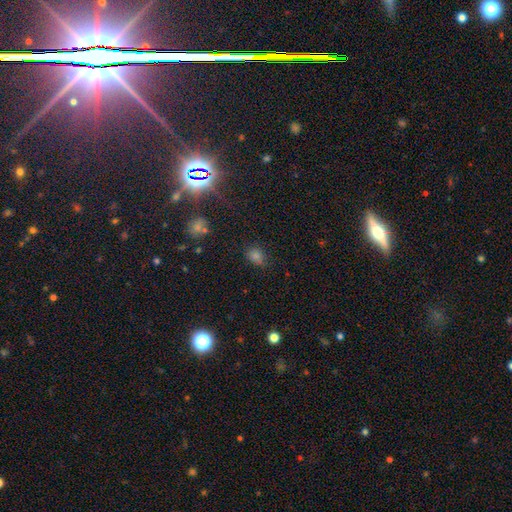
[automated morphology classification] type=smooth (63%); roundness=in between (53%); merging=none (79%).